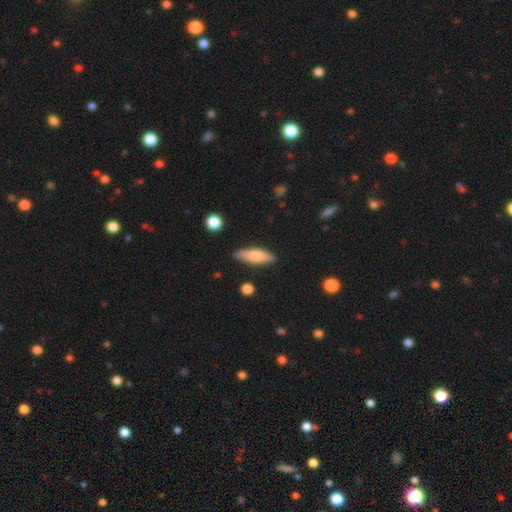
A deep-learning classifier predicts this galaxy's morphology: smooth_or_featured: smooth (p=0.71) [alt: featured or disk p=0.24]
how_rounded: in between (p=0.50) [alt: cigar-shaped p=0.47]
merging: none (p=0.85) [alt: minor disturbance p=0.11]